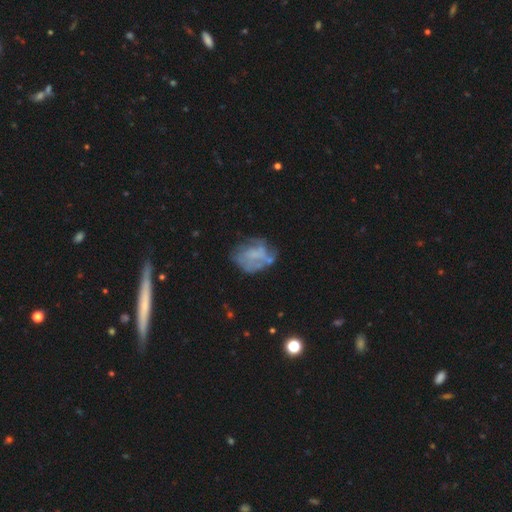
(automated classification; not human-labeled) Smooth or featured? Predicted: featured or disk (p=0.57). Edge-on disk? Predicted: no (p=0.98). Bar? Predicted: no (p=0.77). Spiral arms? Predicted: no (p=0.61). Bulge size? Predicted: none (p=0.70). Merging? Predicted: none (p=0.47).